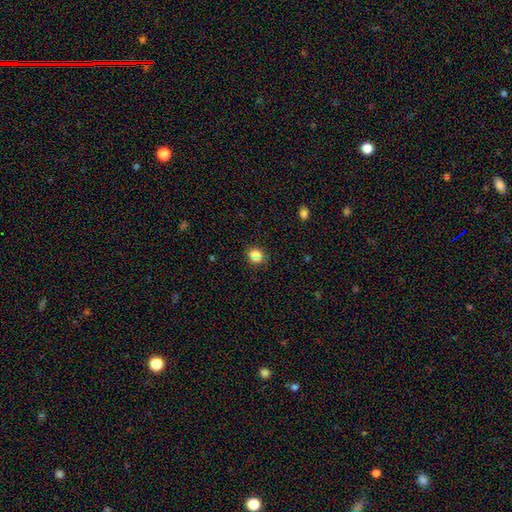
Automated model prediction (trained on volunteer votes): smooth 80%, star or artifact 14%, featured or disk 6%. Down the decision tree: how rounded — round (72%); merging — none (76%).